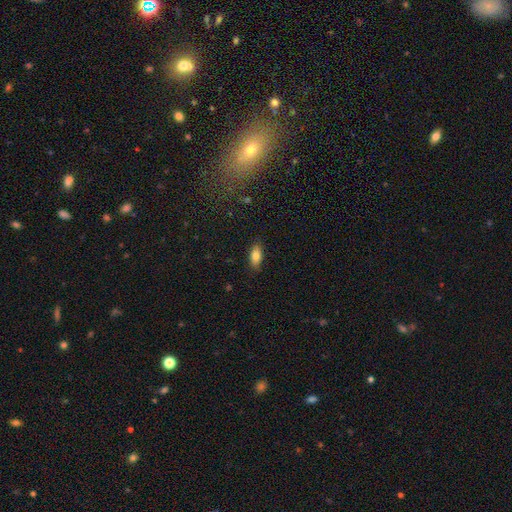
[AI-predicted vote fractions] Smooth or featured? smooth (82%)
How rounded? in between (85%)
Merging? none (86%)